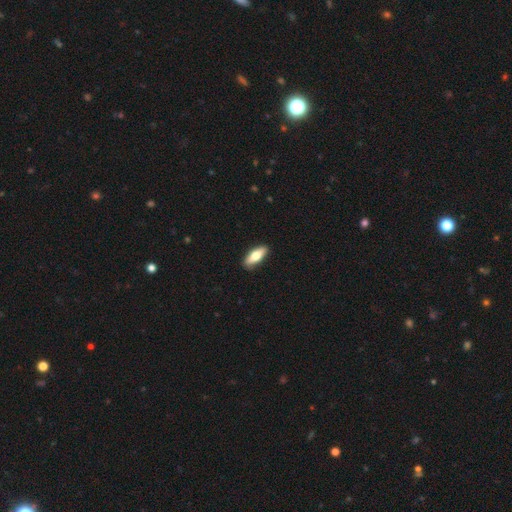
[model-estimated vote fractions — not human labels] smooth-or-featured: smooth: 68% | featured or disk: 27% | star or artifact: 6%
  how-rounded: in between: 66% | cigar-shaped: 31% | round: 3%
  merging: none: 88% | minor disturbance: 9% | major disturbance: 2% | merger: 1%